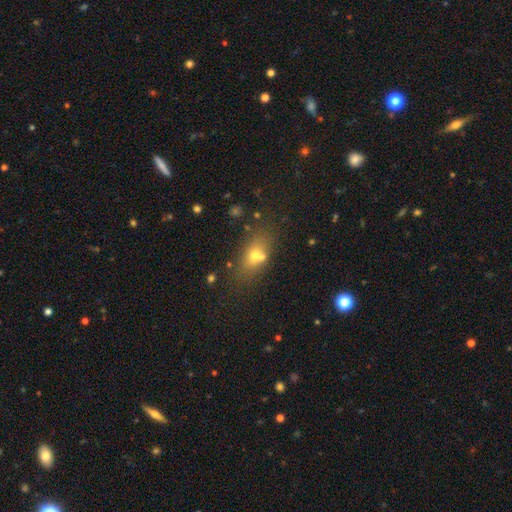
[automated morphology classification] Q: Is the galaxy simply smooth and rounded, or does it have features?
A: smooth — 62%.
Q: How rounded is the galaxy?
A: in between — 72%.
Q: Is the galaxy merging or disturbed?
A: none — 50%.